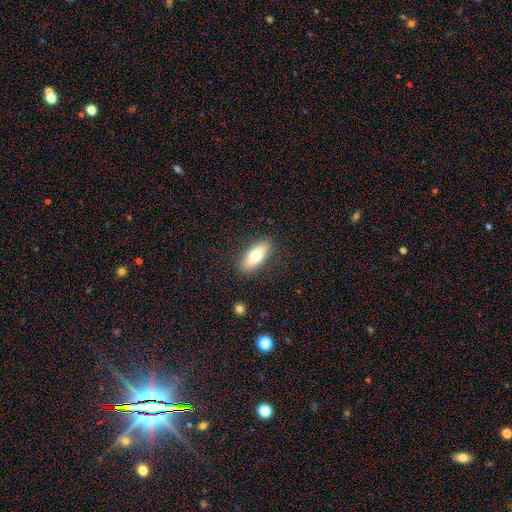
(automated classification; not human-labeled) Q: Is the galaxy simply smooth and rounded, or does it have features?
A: smooth — 69%.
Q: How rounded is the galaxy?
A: in between — 76%.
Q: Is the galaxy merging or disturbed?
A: none — 87%.